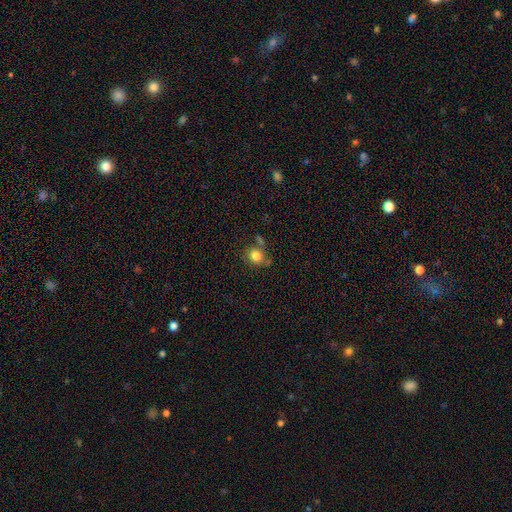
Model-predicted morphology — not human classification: Smooth or featured? smooth (81%)
How rounded? round (74%)
Merging? none (61%)